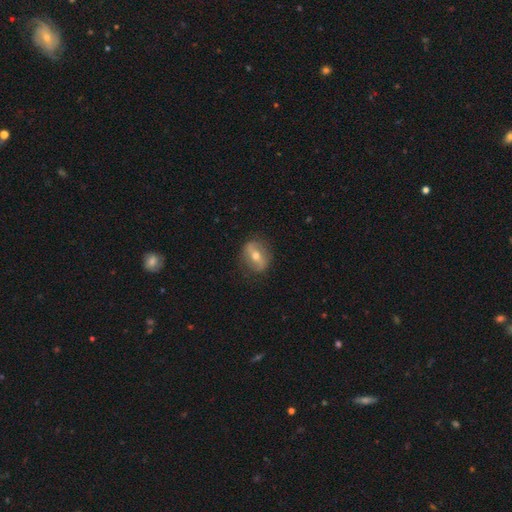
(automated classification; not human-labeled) Morphology: type=featured or disk (60%); edge-on=no (74%); merging=none (82%).